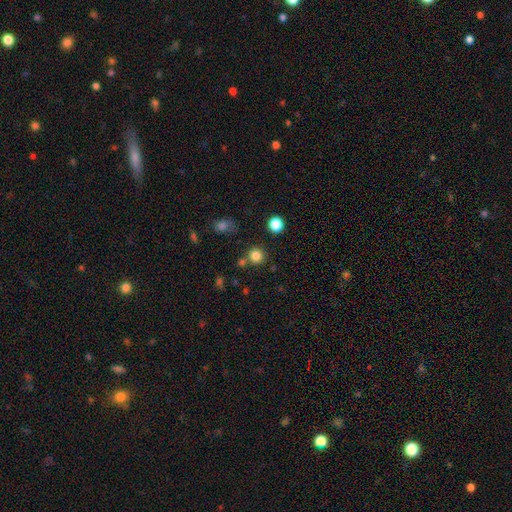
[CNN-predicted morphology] Overall: smooth (82%). How rounded: round (92%). Merging: none (78%).